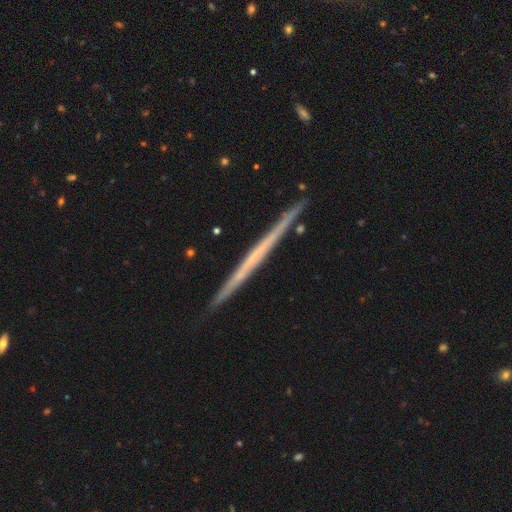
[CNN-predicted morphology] Smooth or featured: featured or disk — 64% (smooth — 30%)
Edge-on disk: yes — 98% (no — 2%)
Edge-on bulge: none — 93% (rounded — 5%)
Merging: none — 91% (minor disturbance — 7%)